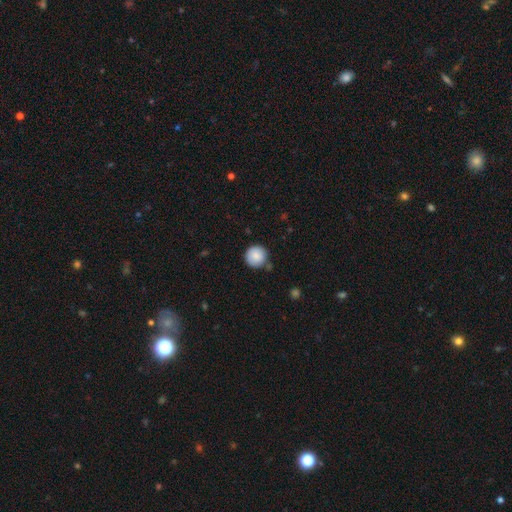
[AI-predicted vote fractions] A smooth galaxy with no disk features (86%) that is round (95%). Merging: none (83%).